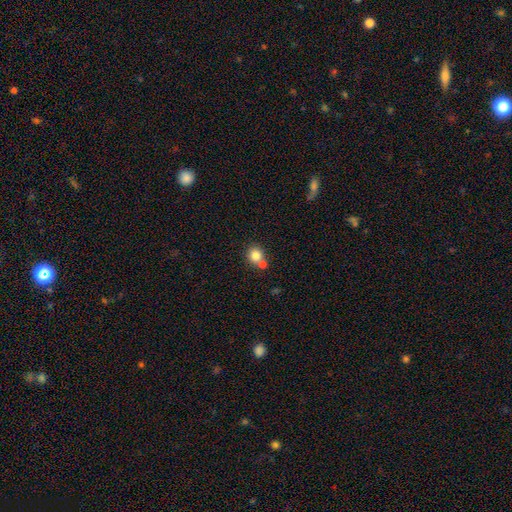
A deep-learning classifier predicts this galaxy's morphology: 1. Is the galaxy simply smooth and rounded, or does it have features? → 82% smooth, 10% star or artifact, 8% featured or disk.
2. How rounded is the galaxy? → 86% round, 13% in between, 1% cigar-shaped.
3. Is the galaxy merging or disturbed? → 57% none, 32% merger, 8% minor disturbance, 3% major disturbance.